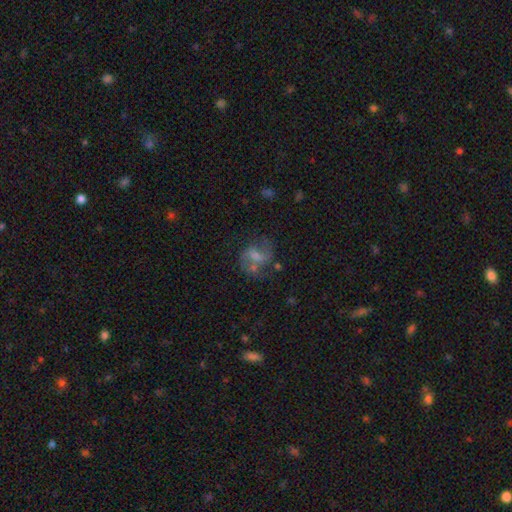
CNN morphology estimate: type=featured or disk (63%); edge-on=no (97%); bar=weak (49%); spiral arms=yes (84%); winding=medium (46%); arm count=2 (83%); bulge=moderate (41%); merging=none (57%).